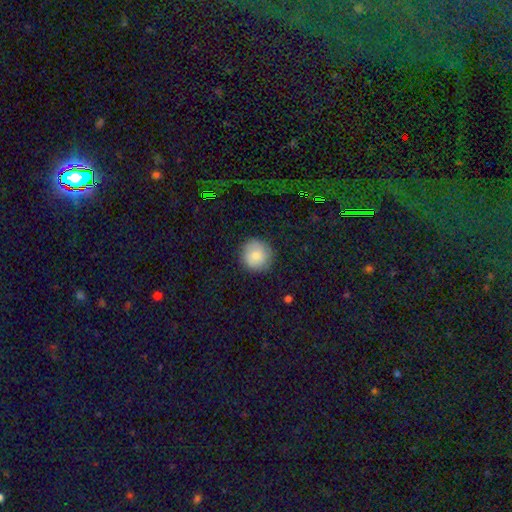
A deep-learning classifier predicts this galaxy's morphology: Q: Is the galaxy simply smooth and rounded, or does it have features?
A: smooth — 81%.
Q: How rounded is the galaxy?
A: round — 94%.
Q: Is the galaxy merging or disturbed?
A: none — 87%.